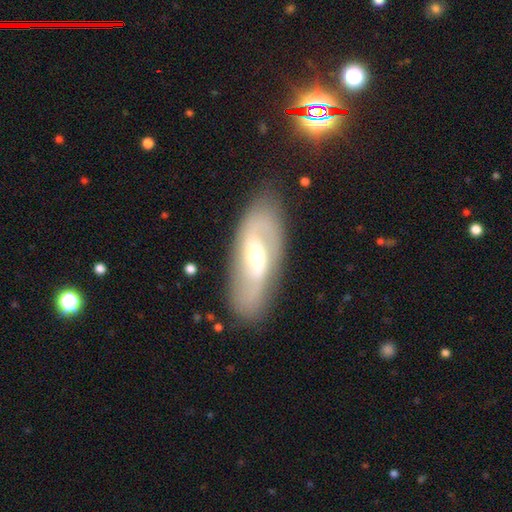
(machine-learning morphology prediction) type=featured or disk (74%); edge-on=no (89%); bar=weak (48%); spiral arms=yes (86%); winding=loose (43%); arm count=2 (84%); bulge=moderate (49%); merging=none (82%).